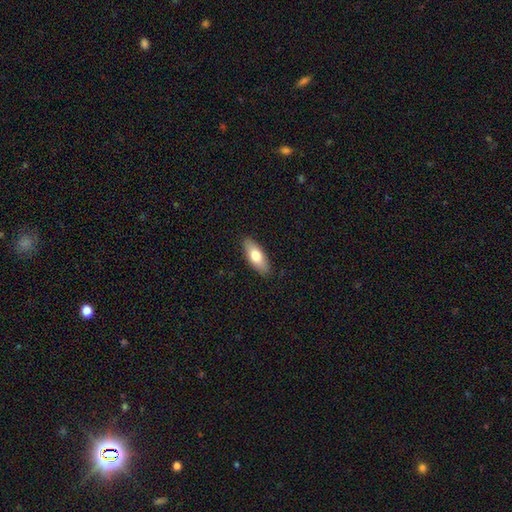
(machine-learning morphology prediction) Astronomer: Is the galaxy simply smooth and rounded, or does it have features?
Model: smooth — 74%.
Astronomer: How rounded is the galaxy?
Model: in between — 77%.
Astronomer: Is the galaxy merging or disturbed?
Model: none — 88%.